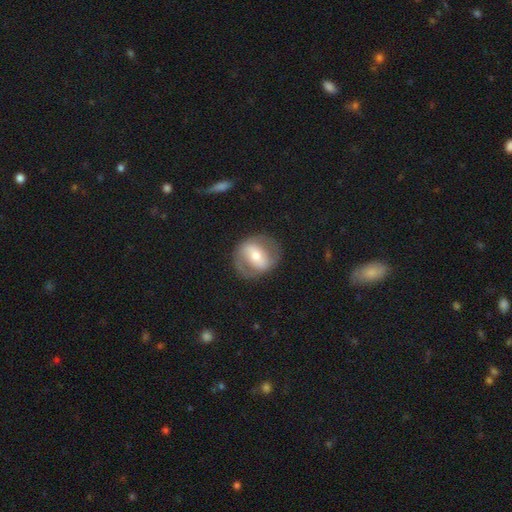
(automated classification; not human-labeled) A featured or disk galaxy (65%) with a strong bar (42%), spiral arms (61%) and a moderate central bulge (59%). Merging: none (77%).